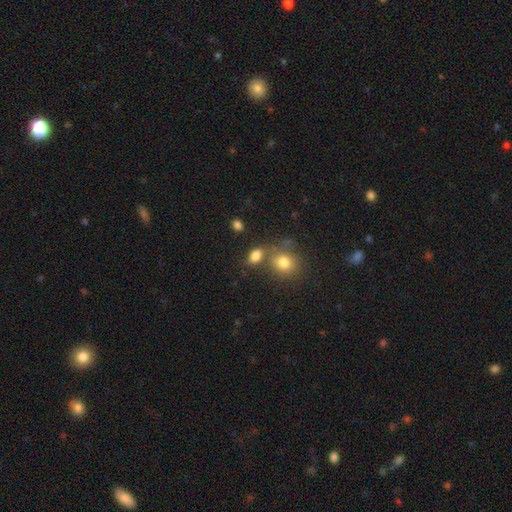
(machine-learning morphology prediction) Smooth or featured? Predicted: smooth (p=0.81). How rounded? Predicted: in between (p=0.77). Merging? Predicted: none (p=0.55).